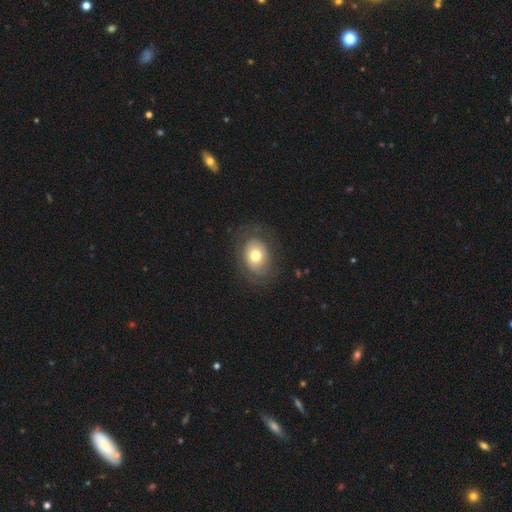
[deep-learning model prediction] Smooth or featured? smooth (55%)
How rounded? in between (61%)
Merging? none (73%)